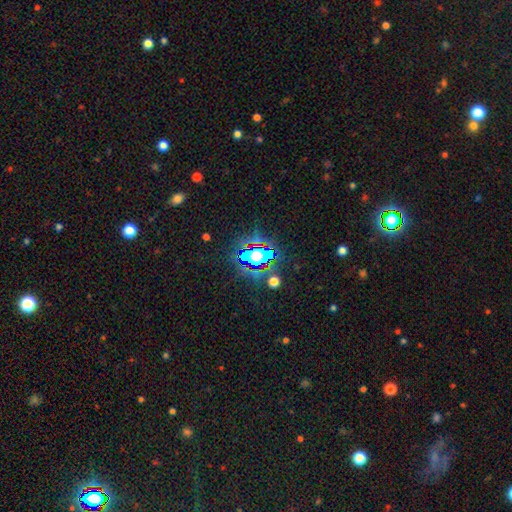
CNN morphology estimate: A star or artifact, not a galaxy (57%).